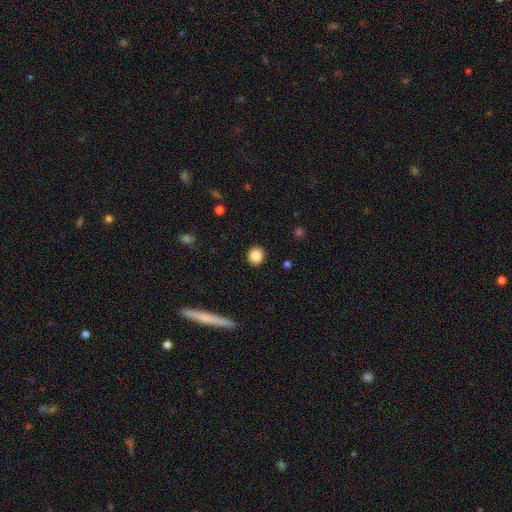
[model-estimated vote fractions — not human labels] Smooth or featured?
  - smooth: 86% *
  - star or artifact: 9%
  - featured or disk: 5%
How rounded?
  - round: 83% *
  - in between: 16%
  - cigar-shaped: 1%
Merging?
  - none: 91% *
  - minor disturbance: 6%
  - major disturbance: 2%
  - merger: 1%